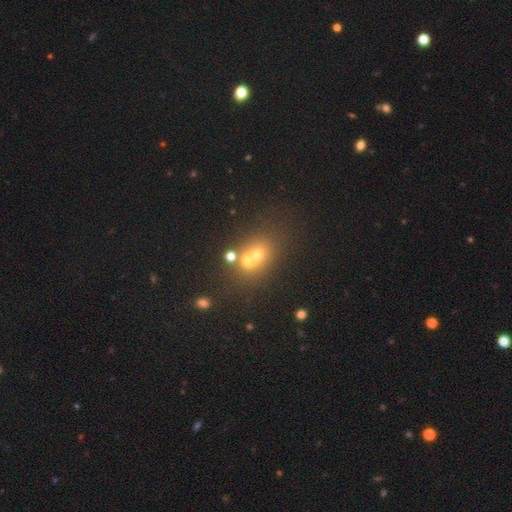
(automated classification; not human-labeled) Smooth or featured? Predicted: smooth (p=0.50). How rounded? Predicted: round (p=0.60). Merging? Predicted: none (p=0.47).